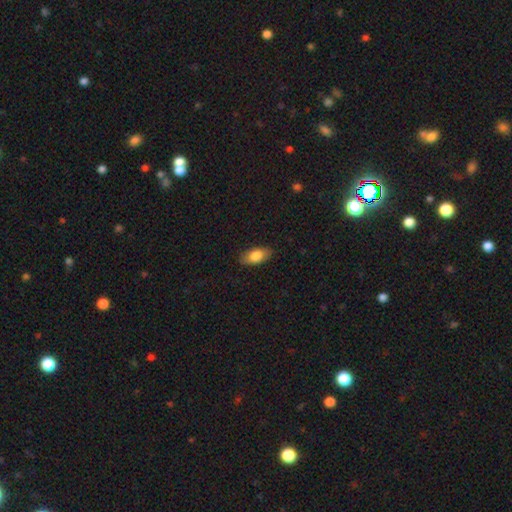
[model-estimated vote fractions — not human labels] Smooth or featured? smooth (81%)
How rounded? in between (89%)
Merging? none (86%)